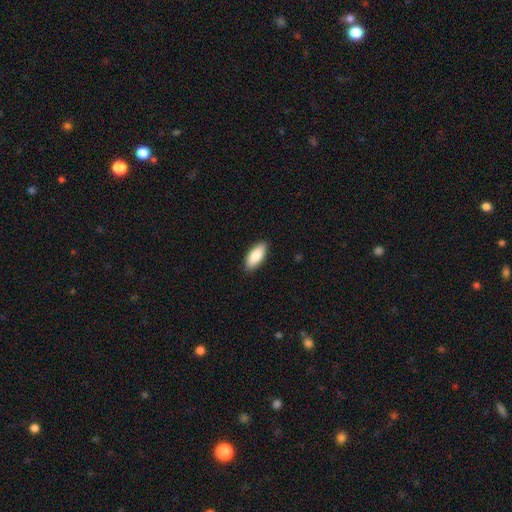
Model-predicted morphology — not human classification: type=smooth (86%); roundness=in between (82%); merging=none (89%).